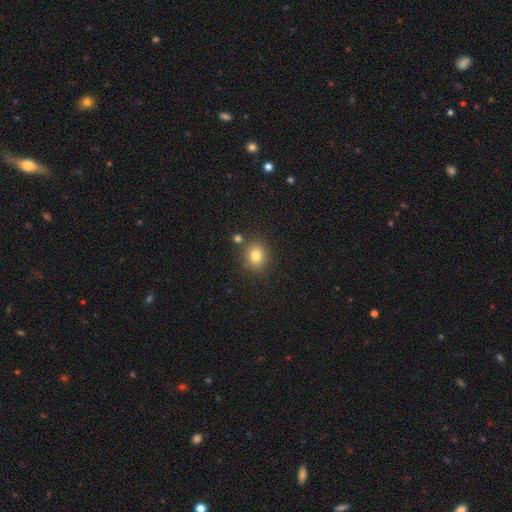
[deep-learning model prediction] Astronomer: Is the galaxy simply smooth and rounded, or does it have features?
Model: smooth — 80%.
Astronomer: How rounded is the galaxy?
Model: round — 72%.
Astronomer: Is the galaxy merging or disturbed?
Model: none — 78%.